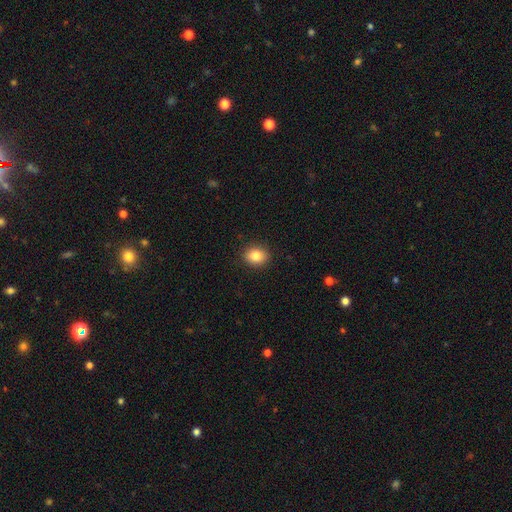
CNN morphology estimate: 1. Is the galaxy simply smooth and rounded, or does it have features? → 84% smooth, 10% star or artifact, 7% featured or disk.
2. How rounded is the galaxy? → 53% round, 46% in between, 1% cigar-shaped.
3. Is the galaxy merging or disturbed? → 90% none, 7% minor disturbance, 2% major disturbance, 1% merger.